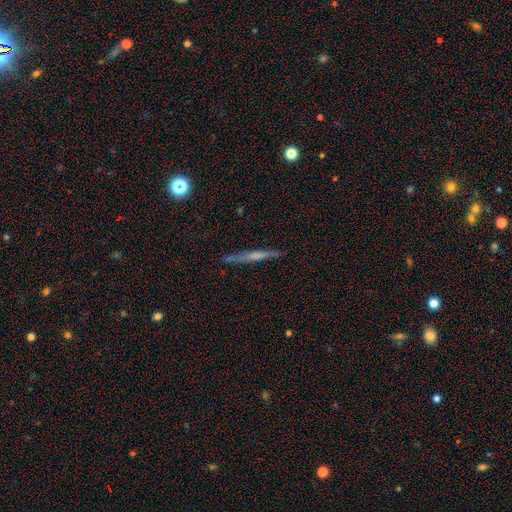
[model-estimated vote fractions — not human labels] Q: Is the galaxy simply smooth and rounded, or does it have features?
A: featured or disk — 49%.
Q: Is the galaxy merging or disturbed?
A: none — 85%.